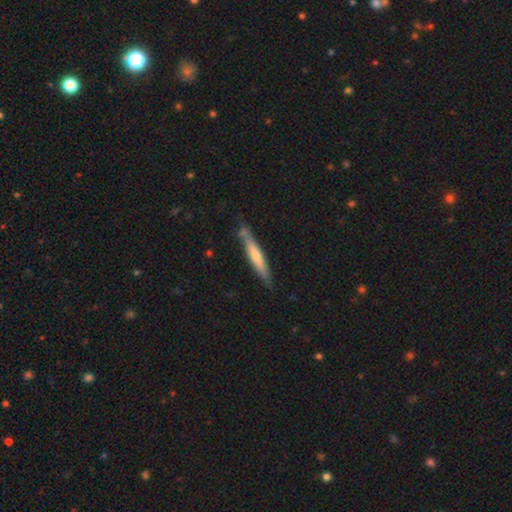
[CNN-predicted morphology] type=featured or disk (49%); merging=none (81%).